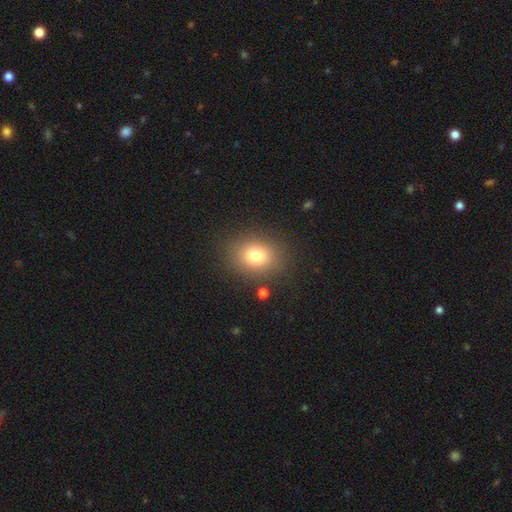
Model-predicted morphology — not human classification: smooth_or_featured: smooth (p=0.77) [alt: star or artifact p=0.13]
how_rounded: round (p=0.55) [alt: in between p=0.44]
merging: none (p=0.85) [alt: minor disturbance p=0.09]